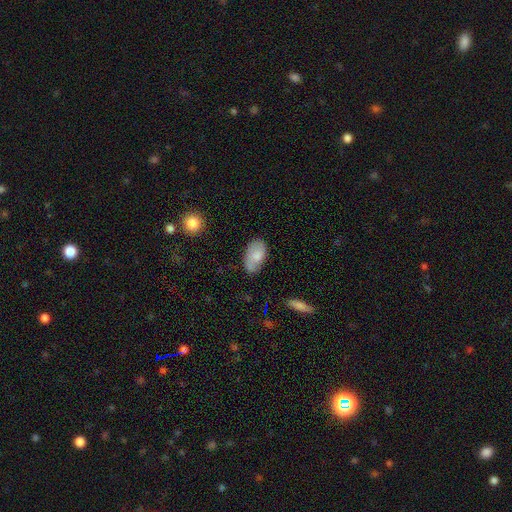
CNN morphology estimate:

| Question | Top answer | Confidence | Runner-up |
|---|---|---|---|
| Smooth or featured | smooth | 70% | featured or disk (23%) |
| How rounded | in between | 94% | round (5%) |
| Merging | none | 69% | minor disturbance (23%) |